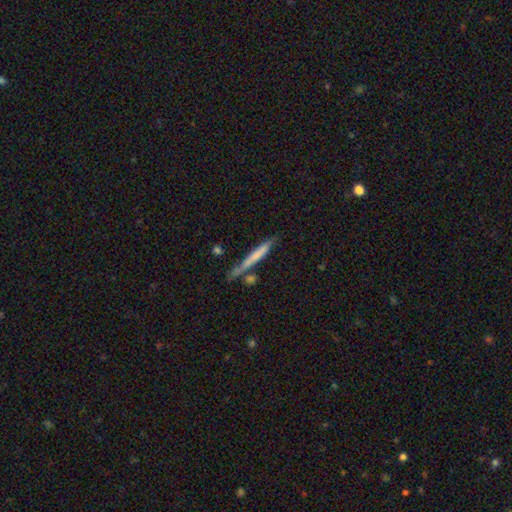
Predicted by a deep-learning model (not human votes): A smooth galaxy with no disk features (57%) that is cigar-shaped (95%). Merging: none (67%).